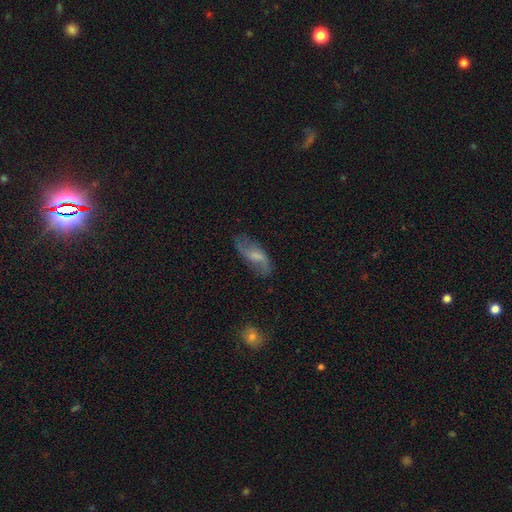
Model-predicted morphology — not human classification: The model was most divided on "bulge size": small: 42%, moderate: 29%, none: 24%, large: 4%, dominant: 1%. More confident: edge-on disk — no (91%); spiral arms — yes (87%); merging — none (71%); smooth or featured — featured or disk (62%); bar — weak (51%).